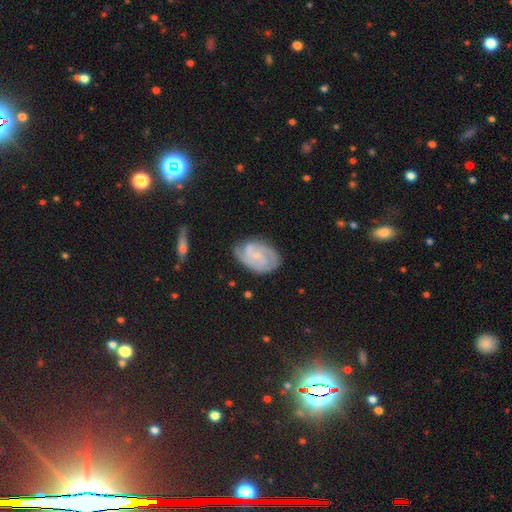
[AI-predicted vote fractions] This appears to be a featured or disk galaxy (81%) with no bar (61%), 2 (46%) tight (59%) spiral arms (96%) and a small central bulge (74%). Merging: none (71%).